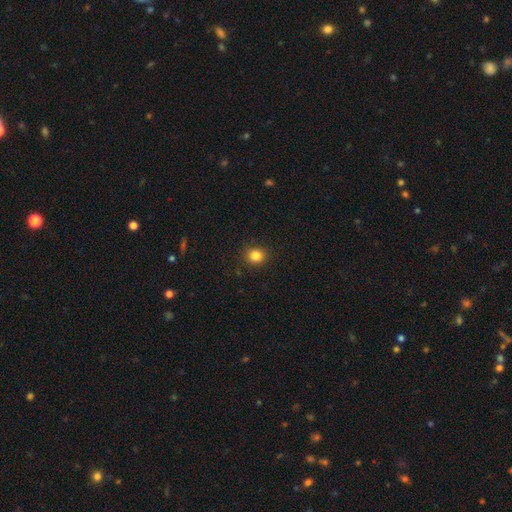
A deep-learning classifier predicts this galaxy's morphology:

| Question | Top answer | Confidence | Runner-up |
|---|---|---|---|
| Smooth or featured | smooth | 84% | star or artifact (11%) |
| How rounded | round | 80% | in between (19%) |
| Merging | none | 89% | minor disturbance (7%) |